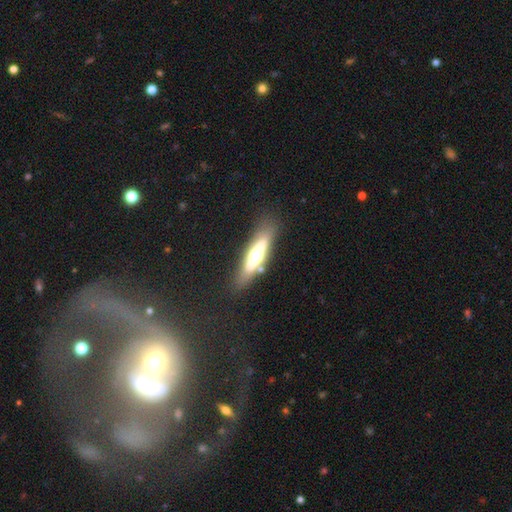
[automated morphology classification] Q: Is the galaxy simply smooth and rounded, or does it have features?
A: featured or disk — 54%.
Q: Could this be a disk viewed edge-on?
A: yes — 83%.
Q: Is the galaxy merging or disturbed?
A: none — 76%.